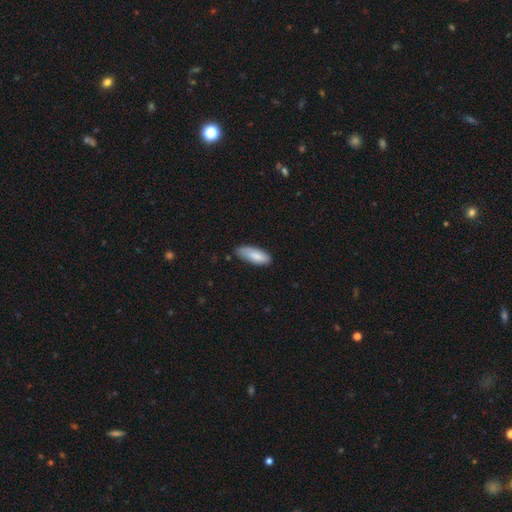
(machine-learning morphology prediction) Smooth or featured: smooth — 84% (featured or disk — 10%)
How rounded: in between — 73% (cigar-shaped — 25%)
Merging: none — 69% (minor disturbance — 25%)